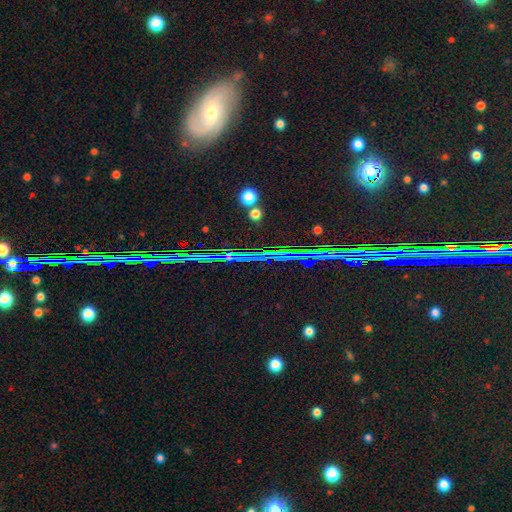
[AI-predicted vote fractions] Overall: star or artifact (70%).